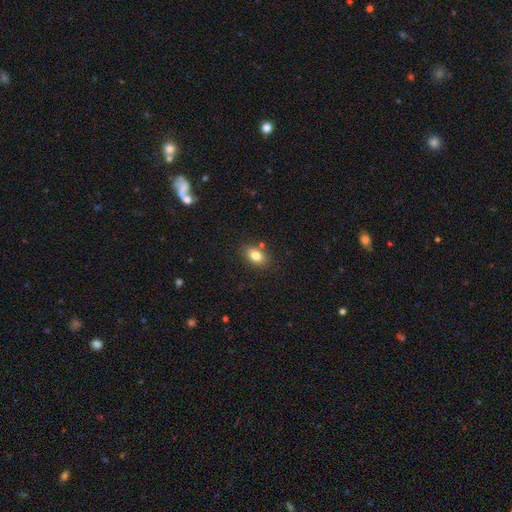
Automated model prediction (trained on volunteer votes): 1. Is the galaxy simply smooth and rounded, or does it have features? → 80% smooth, 10% featured or disk, 10% star or artifact.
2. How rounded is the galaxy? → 81% in between, 17% round, 2% cigar-shaped.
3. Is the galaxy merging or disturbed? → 79% none, 12% minor disturbance, 6% merger, 3% major disturbance.